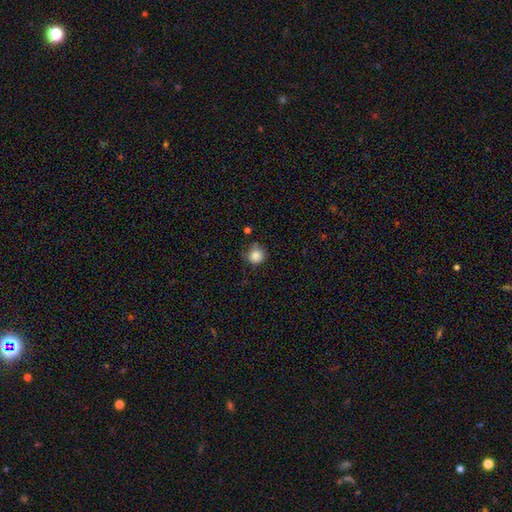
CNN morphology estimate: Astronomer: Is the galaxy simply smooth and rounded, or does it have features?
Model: smooth — 86%.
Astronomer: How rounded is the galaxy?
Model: round — 92%.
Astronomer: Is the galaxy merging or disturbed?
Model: none — 75%.